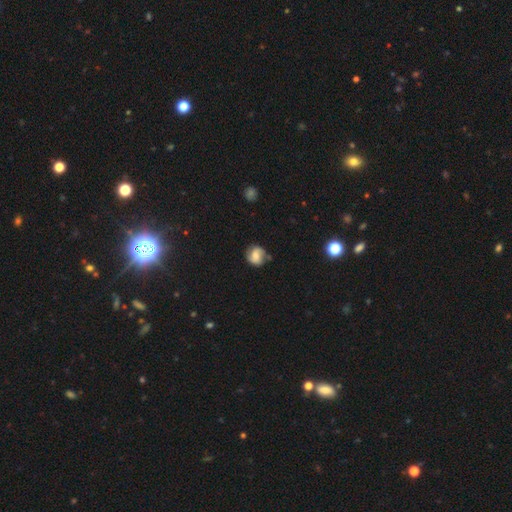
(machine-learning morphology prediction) smooth 49%, featured or disk 42%, star or artifact 9%. Down the decision tree: merging — none (68%).